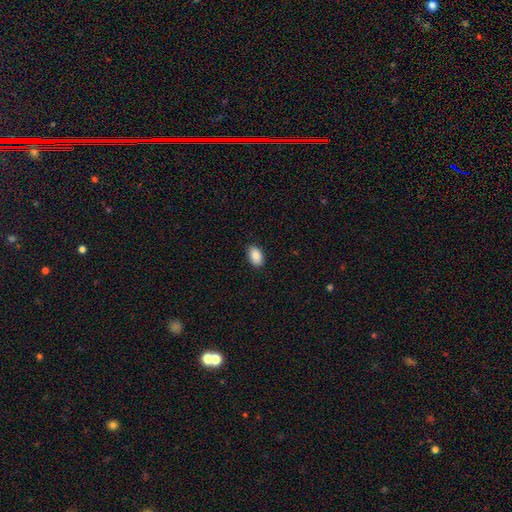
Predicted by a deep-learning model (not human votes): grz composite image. It shows a smooth galaxy with no disk features (89%) that is in between round and cigar-shaped (92%). Merging: none (88%).